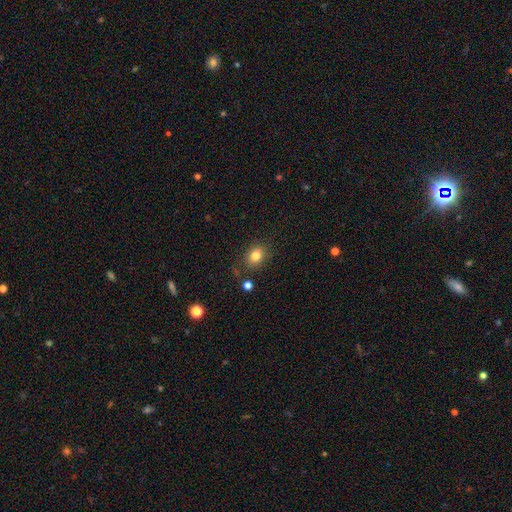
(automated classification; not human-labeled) Overall: smooth (81%). How rounded: in between (59%; round 40%). Merging: none (78%).